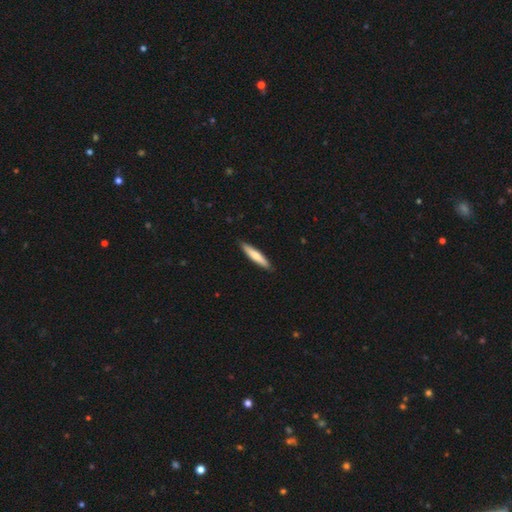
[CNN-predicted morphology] Q: Smooth or featured?
A: smooth (70%); runner-up: featured or disk (25%)
Q: How rounded?
A: cigar-shaped (89%); runner-up: in between (10%)
Q: Merging?
A: none (90%); runner-up: minor disturbance (7%)